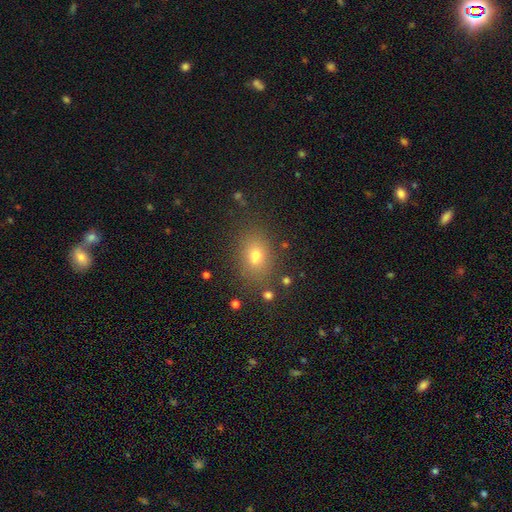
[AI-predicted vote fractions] Q: Smooth or featured?
A: smooth (72%); runner-up: star or artifact (16%)
Q: How rounded?
A: in between (69%); runner-up: round (29%)
Q: Merging?
A: none (81%); runner-up: minor disturbance (12%)